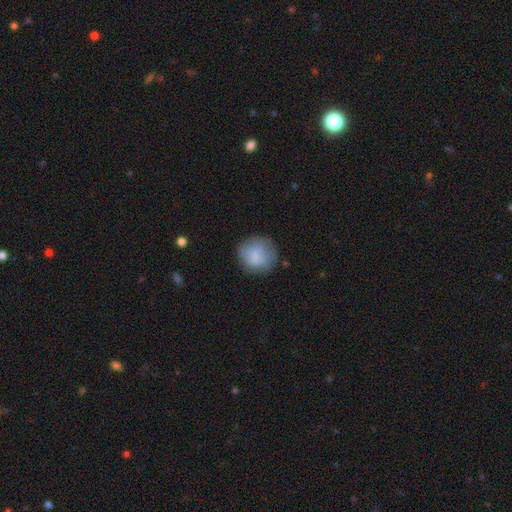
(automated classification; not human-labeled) This is likely a smooth galaxy (74%). How rounded: clearly round (88%). Merging: likely none (68%).